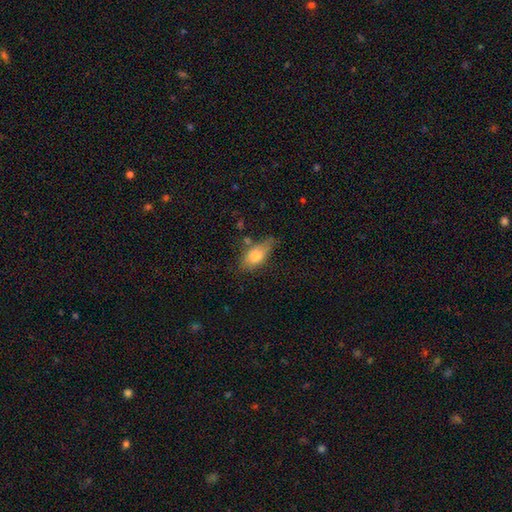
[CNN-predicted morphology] This appears to be a smooth galaxy with no disk features (72%) that is in between round and cigar-shaped (84%). Merging: none (57%).